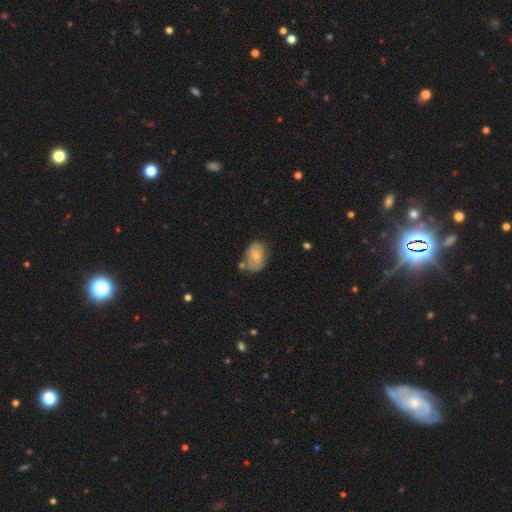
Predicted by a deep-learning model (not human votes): A smooth galaxy with no disk features (60%) that is in between round and cigar-shaped (76%).

Vote fractions:
- Smooth or featured? smooth: 60% / featured or disk: 32% / star or artifact: 7%
- How rounded? in between: 76% / round: 23% / cigar-shaped: 1%
- Merging? none: 53% / minor disturbance: 27% / merger: 12% / major disturbance: 8%